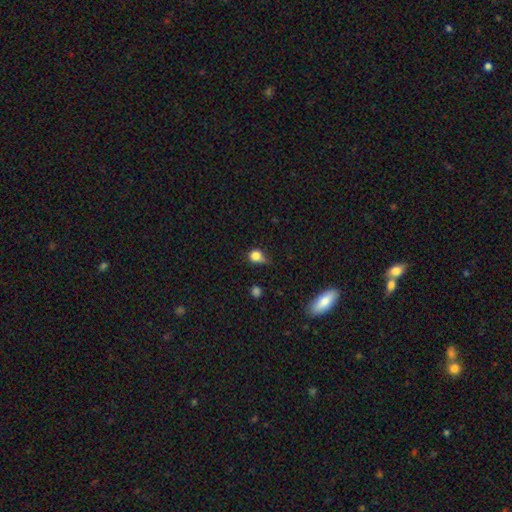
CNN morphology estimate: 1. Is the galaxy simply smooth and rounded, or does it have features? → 80% smooth, 12% star or artifact, 8% featured or disk.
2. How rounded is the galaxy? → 70% round, 28% in between, 2% cigar-shaped.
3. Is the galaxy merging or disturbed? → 41% minor disturbance, 39% none, 16% major disturbance, 5% merger.